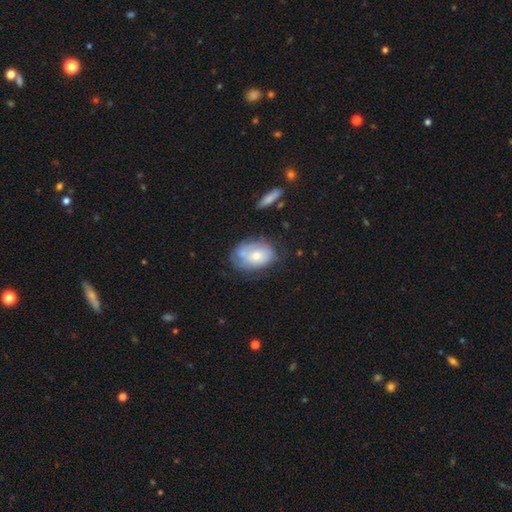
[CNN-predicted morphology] A smooth galaxy with no disk features (63%) that is in between round and cigar-shaped (81%). Merging: none (49%).